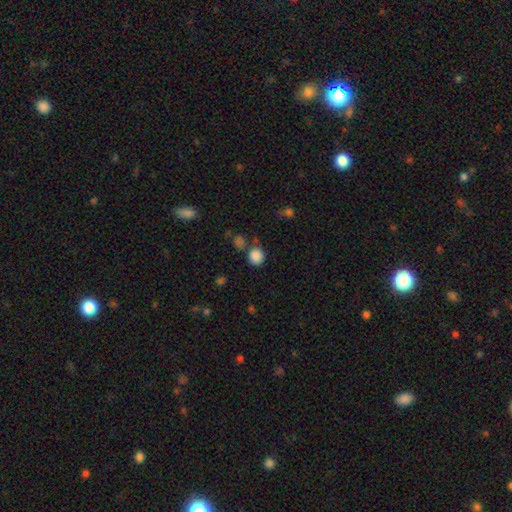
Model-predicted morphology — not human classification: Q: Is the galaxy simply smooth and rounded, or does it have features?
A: smooth — 86%.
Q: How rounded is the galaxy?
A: round — 87%.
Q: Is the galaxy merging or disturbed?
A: none — 71%.